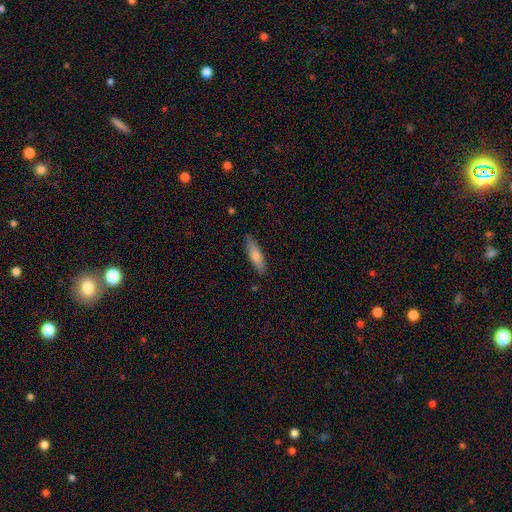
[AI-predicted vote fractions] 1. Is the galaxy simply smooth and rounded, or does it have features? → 71% smooth, 23% featured or disk, 6% star or artifact.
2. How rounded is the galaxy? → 64% cigar-shaped, 34% in between, 2% round.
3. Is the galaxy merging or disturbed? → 86% none, 10% minor disturbance, 2% major disturbance, 1% merger.